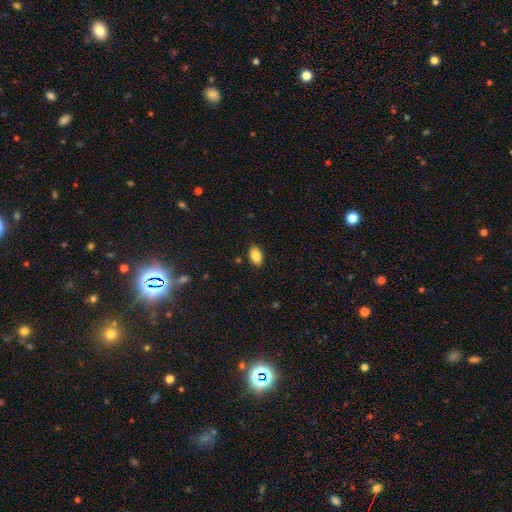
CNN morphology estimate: Overall: smooth (87%). How rounded: in between (93%). Merging: none (88%).